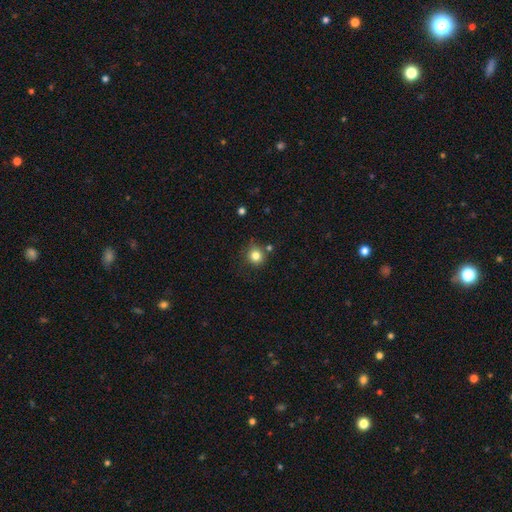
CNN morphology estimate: The model was most divided on "merging": none: 77%, minor disturbance: 13%, merger: 7%, major disturbance: 4%. More confident: how rounded — round (91%); smooth or featured — smooth (81%).